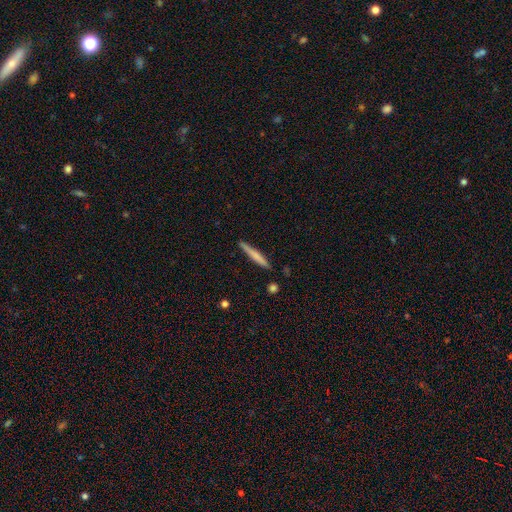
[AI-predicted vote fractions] smooth_or_featured: smooth (p=0.64) [alt: featured or disk p=0.31]
how_rounded: cigar-shaped (p=0.96) [alt: in between p=0.03]
merging: none (p=0.87) [alt: minor disturbance p=0.10]